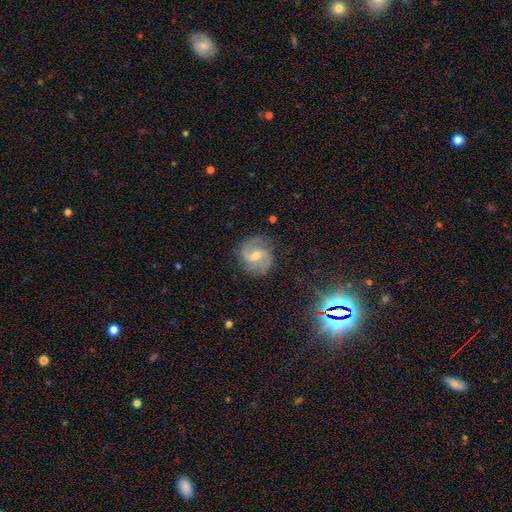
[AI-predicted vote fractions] Smooth or featured: featured or disk — 81% (smooth — 12%)
Edge-on disk: no — 98% (yes — 2%)
Bar: weak — 57% (no — 27%)
Spiral arms: yes — 96% (no — 4%)
Spiral winding: medium — 53% (loose — 30%)
Spiral arm count: 2 — 90% (can't tell — 4%)
Bulge size: moderate — 50% (small — 43%)
Merging: none — 80% (minor disturbance — 14%)